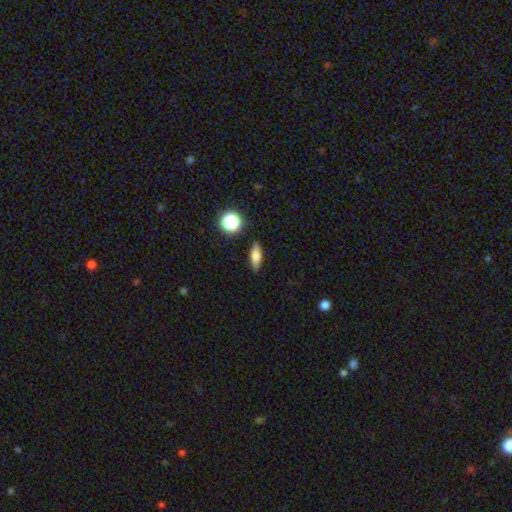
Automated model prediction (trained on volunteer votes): Q: Smooth or featured?
A: smooth (72%); runner-up: featured or disk (17%)
Q: How rounded?
A: in between (54%); runner-up: cigar-shaped (38%)
Q: Merging?
A: none (87%); runner-up: minor disturbance (9%)